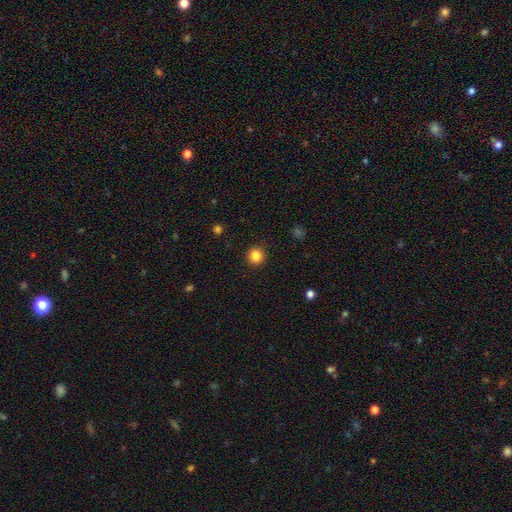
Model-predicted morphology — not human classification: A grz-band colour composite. It shows a smooth galaxy with no disk features (85%) that is round (93%). Merging: none (92%).